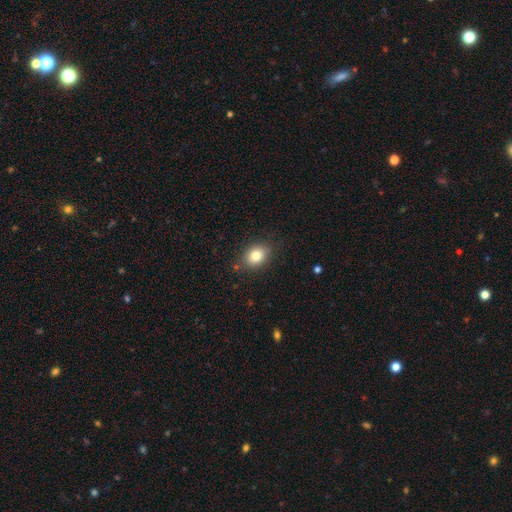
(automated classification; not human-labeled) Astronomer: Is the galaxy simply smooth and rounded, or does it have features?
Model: smooth — 80%.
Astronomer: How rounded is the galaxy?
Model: in between — 55% (runner-up: round, 44%).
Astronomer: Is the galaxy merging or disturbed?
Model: none — 83%.